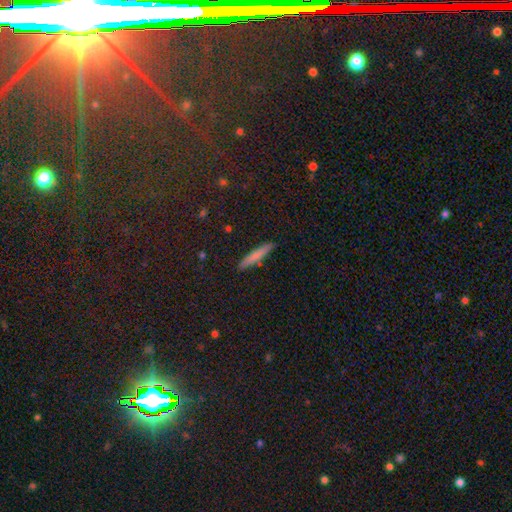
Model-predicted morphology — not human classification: smooth-or-featured: smooth: 75% | featured or disk: 18% | star or artifact: 8%
  how-rounded: cigar-shaped: 93% | in between: 5% | round: 1%
  merging: none: 88% | minor disturbance: 8% | merger: 2% | major disturbance: 2%